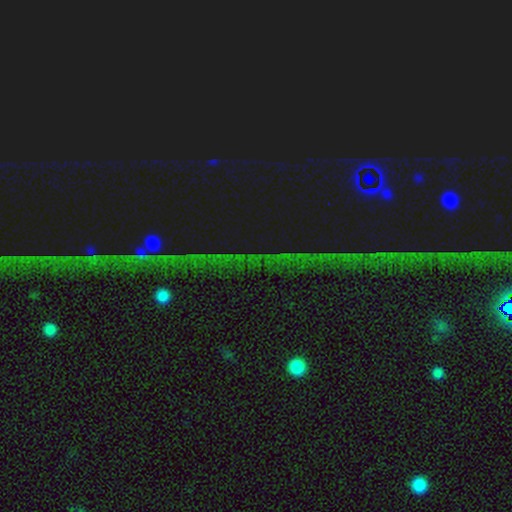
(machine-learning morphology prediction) type=star or artifact (80%).